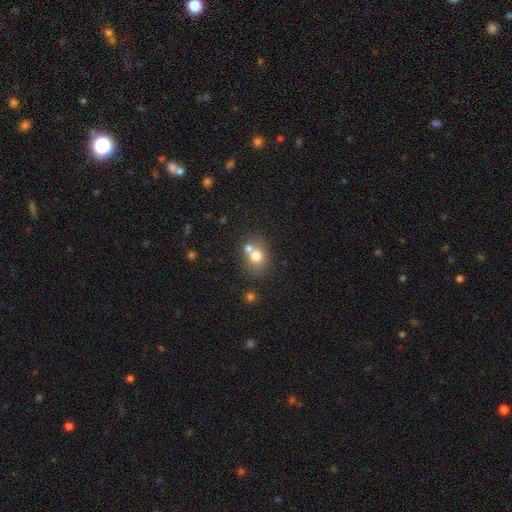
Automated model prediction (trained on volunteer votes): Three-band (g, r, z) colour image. It shows a smooth galaxy with no disk features (73%) that is round (67%). Merging: none (53%).